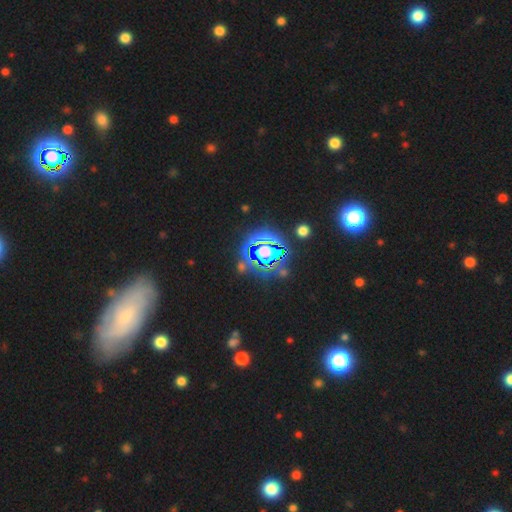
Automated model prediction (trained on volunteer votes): Morphology: type=star or artifact (71%).